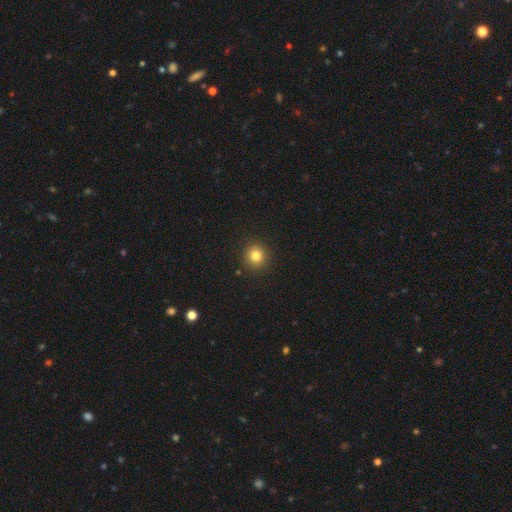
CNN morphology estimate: Smooth or featured? Predicted: smooth (p=0.81). How rounded? Predicted: round (p=0.91). Merging? Predicted: none (p=0.91).